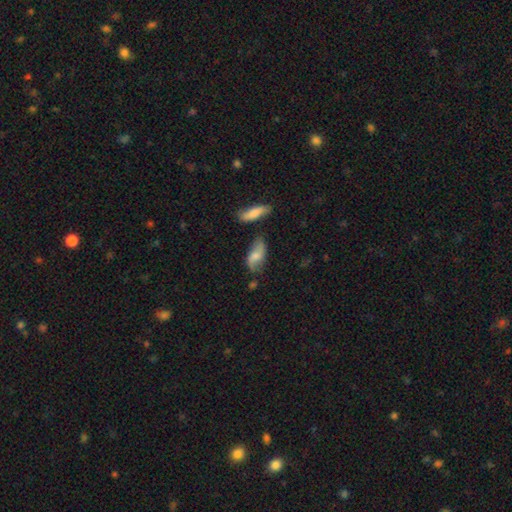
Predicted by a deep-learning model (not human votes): Q: Smooth or featured?
A: smooth (51%); runner-up: featured or disk (41%)
Q: How rounded?
A: in between (85%); runner-up: cigar-shaped (10%)
Q: Merging?
A: none (61%); runner-up: minor disturbance (24%)